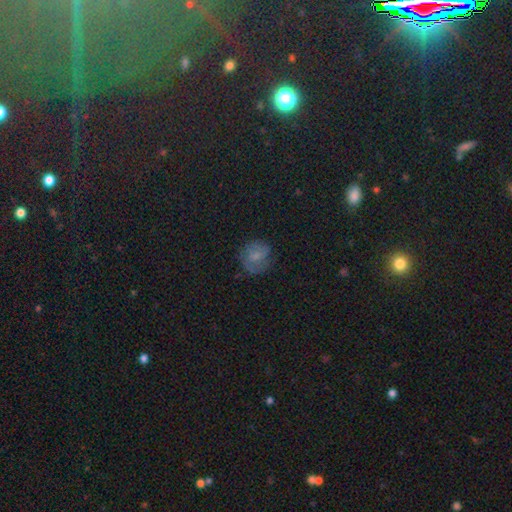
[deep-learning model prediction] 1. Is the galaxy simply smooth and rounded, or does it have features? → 63% smooth, 26% featured or disk, 11% star or artifact.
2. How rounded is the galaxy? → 78% round, 21% in between, 1% cigar-shaped.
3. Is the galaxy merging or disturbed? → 68% none, 21% minor disturbance, 9% major disturbance, 1% merger.